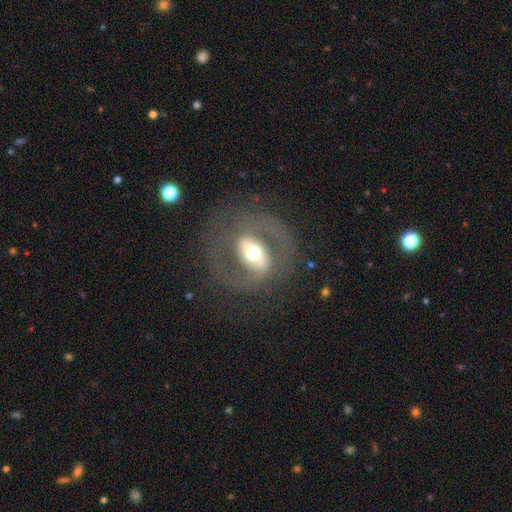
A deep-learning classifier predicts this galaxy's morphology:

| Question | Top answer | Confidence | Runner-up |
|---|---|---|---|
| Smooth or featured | featured or disk | 73% | smooth (19%) |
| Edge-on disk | no | 94% | yes (6%) |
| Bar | strong | 41% | weak (31%) |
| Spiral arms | yes | 66% | no (34%) |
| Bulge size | moderate | 57% | large (29%) |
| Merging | none | 73% | major disturbance (13%) |